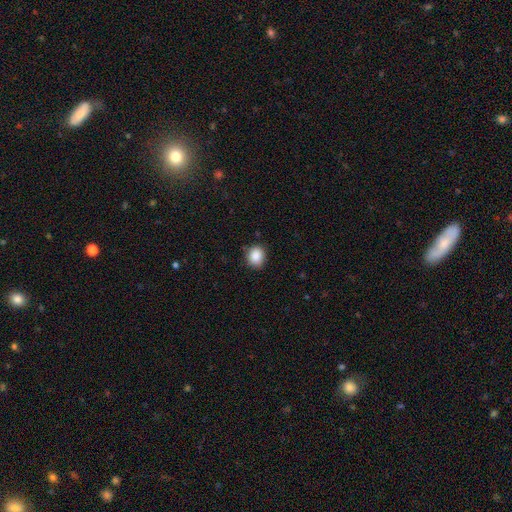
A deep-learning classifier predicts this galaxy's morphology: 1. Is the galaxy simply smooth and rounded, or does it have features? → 88% smooth, 9% star or artifact, 3% featured or disk.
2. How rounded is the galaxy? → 67% round, 32% in between, 1% cigar-shaped.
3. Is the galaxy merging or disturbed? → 84% none, 12% minor disturbance, 3% major disturbance, 1% merger.